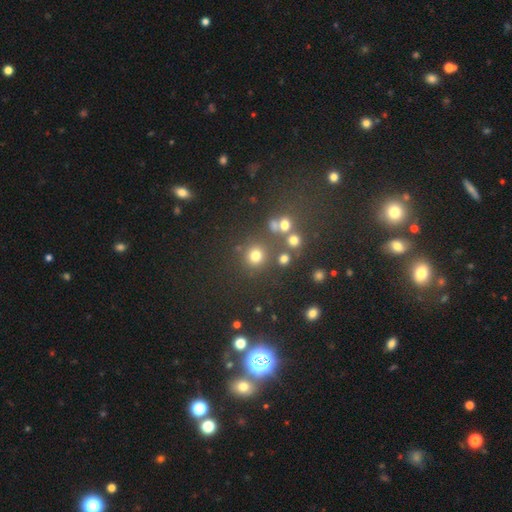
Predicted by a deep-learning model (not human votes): A smooth galaxy with no disk features (72%) that is round (91%). Merging: none (77%).